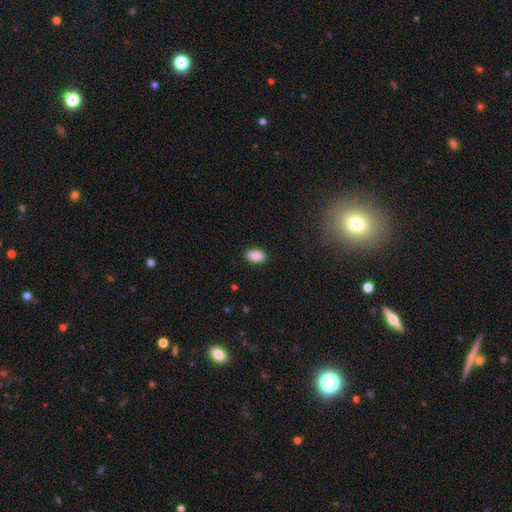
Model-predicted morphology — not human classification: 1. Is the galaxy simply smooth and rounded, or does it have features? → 89% smooth, 7% star or artifact, 3% featured or disk.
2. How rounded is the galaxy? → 92% in between, 6% round, 2% cigar-shaped.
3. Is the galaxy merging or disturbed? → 89% none, 8% minor disturbance, 2% major disturbance, 1% merger.